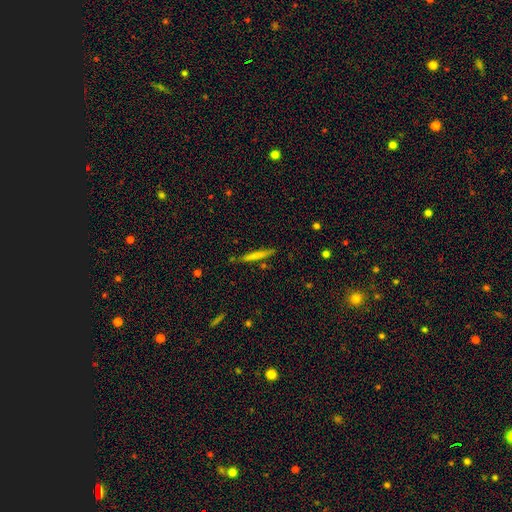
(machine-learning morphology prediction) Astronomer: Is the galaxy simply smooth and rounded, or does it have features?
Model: smooth — 67%.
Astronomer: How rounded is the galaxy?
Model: cigar-shaped — 96%.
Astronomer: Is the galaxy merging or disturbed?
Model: none — 85%.